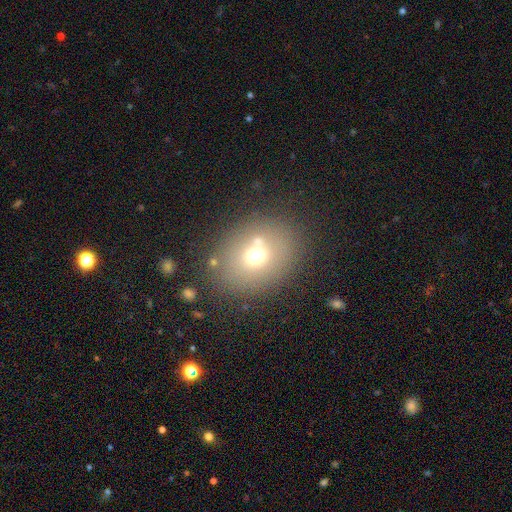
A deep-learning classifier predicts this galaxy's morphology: Smooth or featured: smooth — 66% (featured or disk — 18%)
How rounded: round — 53% (in between — 46%)
Merging: none — 76% (minor disturbance — 11%)